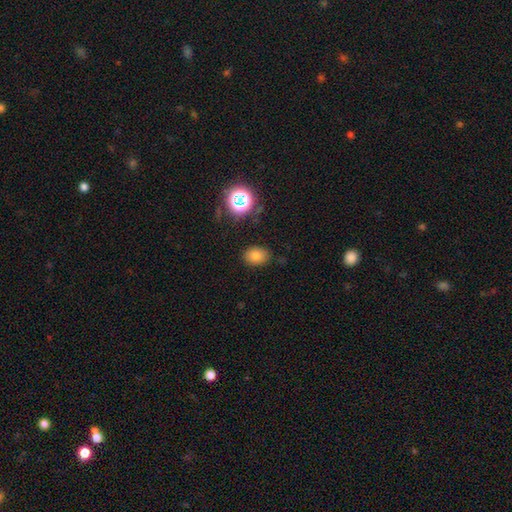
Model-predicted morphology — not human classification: type=smooth (74%); roundness=in between (70%); merging=none (82%).